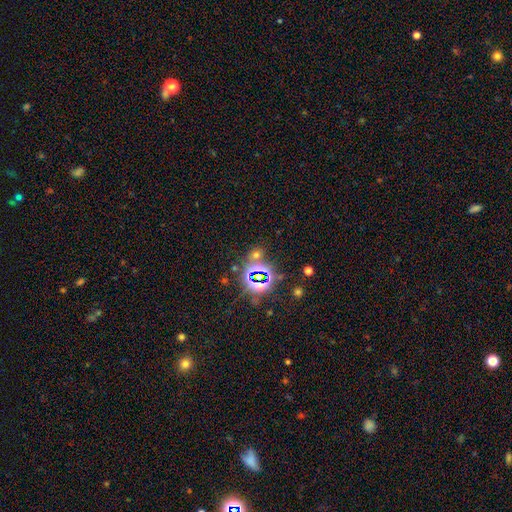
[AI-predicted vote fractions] Morphology: type=star or artifact (60%).